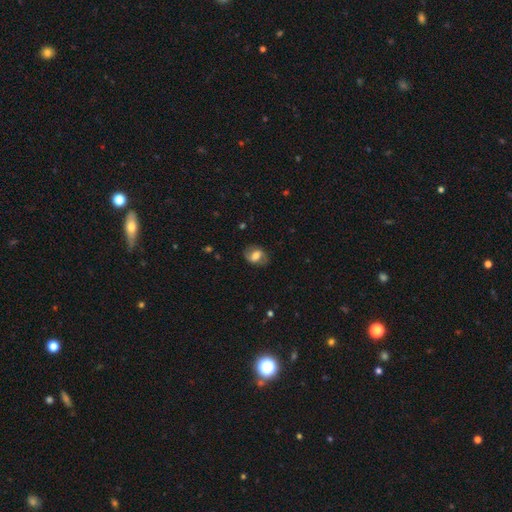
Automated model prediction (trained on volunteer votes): This is possibly a smooth galaxy (46%, tied with featured or disk). Merging: likely none (77%).